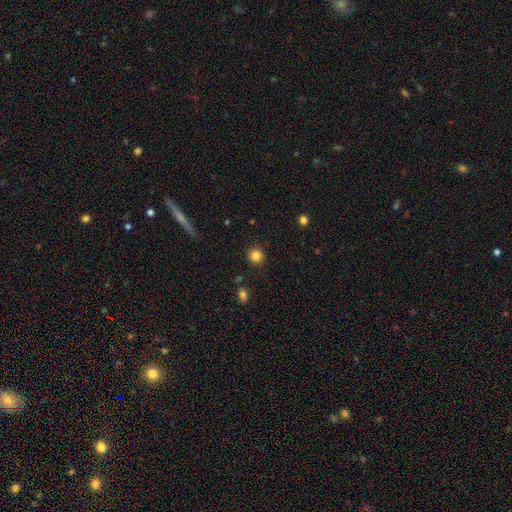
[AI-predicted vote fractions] The model was most divided on "smooth or featured": smooth: 84%, star or artifact: 11%, featured or disk: 5%. More confident: how rounded — round (93%); merging — none (91%).